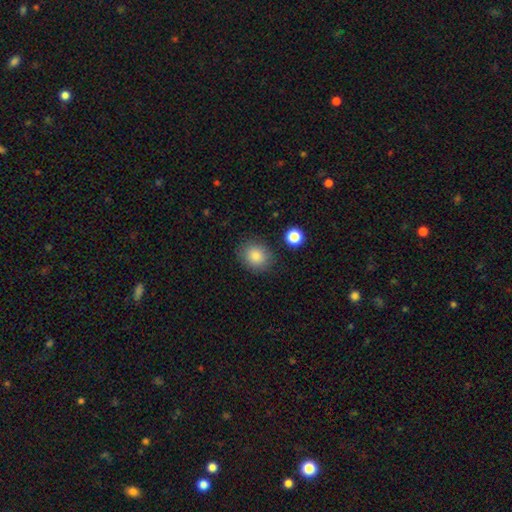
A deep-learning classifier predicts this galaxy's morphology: This is clearly a smooth galaxy (86%). How rounded: likely round (64%). Merging: clearly none (85%).